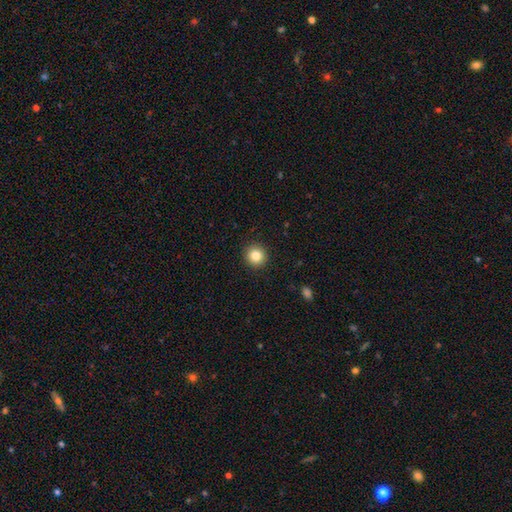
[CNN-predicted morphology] Smooth or featured?
  - smooth: 84% *
  - star or artifact: 10%
  - featured or disk: 6%
How rounded?
  - round: 93% *
  - in between: 6%
  - cigar-shaped: 1%
Merging?
  - none: 92% *
  - minor disturbance: 5%
  - major disturbance: 2%
  - merger: 1%